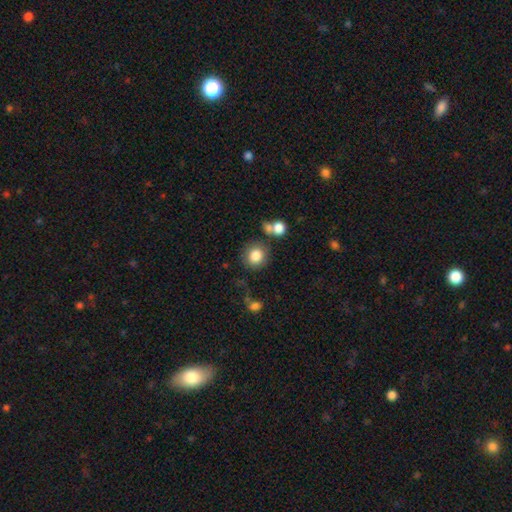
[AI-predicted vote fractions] Overall: smooth (84%). How rounded: round (88%). Merging: none (75%).